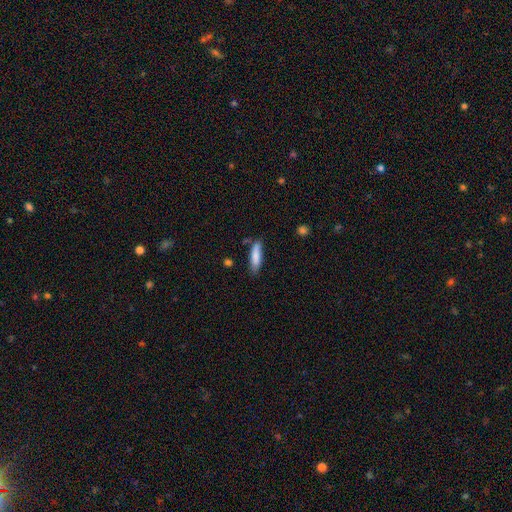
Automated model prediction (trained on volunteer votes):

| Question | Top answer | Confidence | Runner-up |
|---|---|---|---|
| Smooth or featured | smooth | 83% | featured or disk (11%) |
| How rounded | cigar-shaped | 69% | in between (30%) |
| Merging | none | 77% | minor disturbance (16%) |